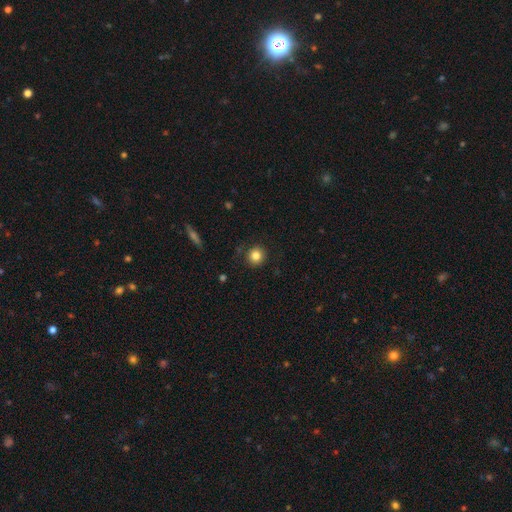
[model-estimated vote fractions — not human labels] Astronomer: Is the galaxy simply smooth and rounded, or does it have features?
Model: smooth — 83%.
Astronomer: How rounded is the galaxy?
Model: round — 92%.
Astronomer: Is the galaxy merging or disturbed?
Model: none — 88%.